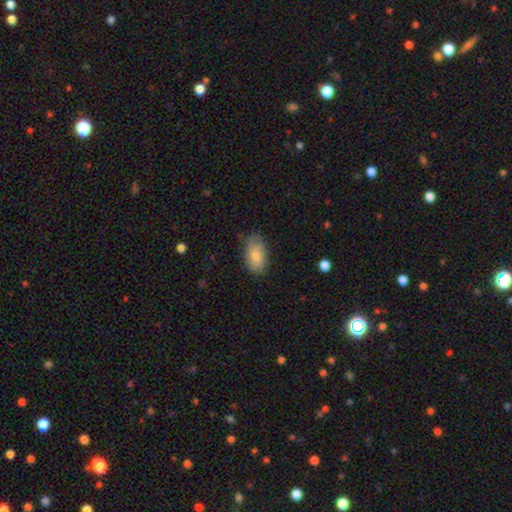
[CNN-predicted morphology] Smooth or featured? Predicted: smooth (p=0.80). How rounded? Predicted: in between (p=0.93). Merging? Predicted: none (p=0.78).